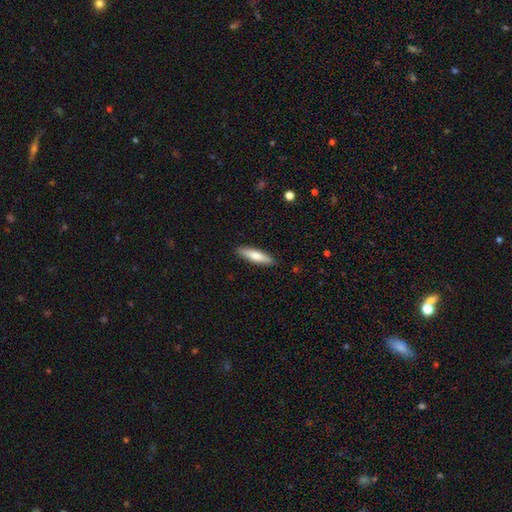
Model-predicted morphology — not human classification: Smooth or featured? smooth (71%)
How rounded? cigar-shaped (73%)
Merging? none (90%)